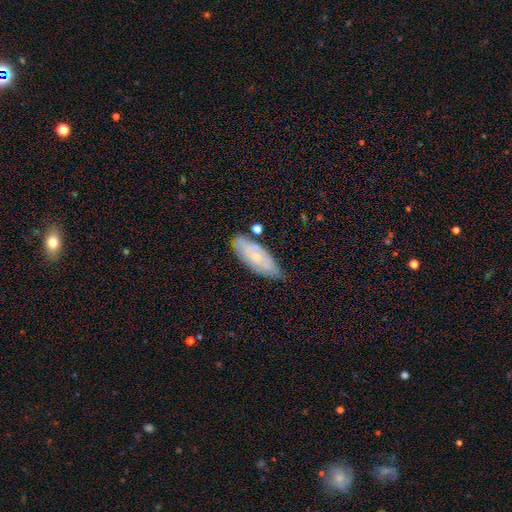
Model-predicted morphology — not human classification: This appears to be a featured or disk galaxy (50%). Merging: none (64%).